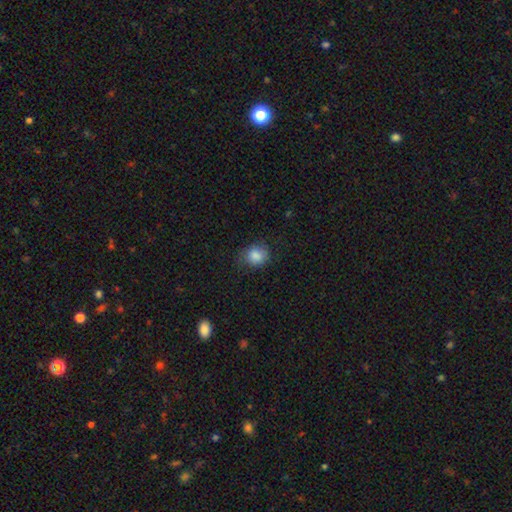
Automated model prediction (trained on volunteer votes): Smooth or featured? Predicted: smooth (p=0.85). How rounded? Predicted: round (p=0.65). Merging? Predicted: none (p=0.71).